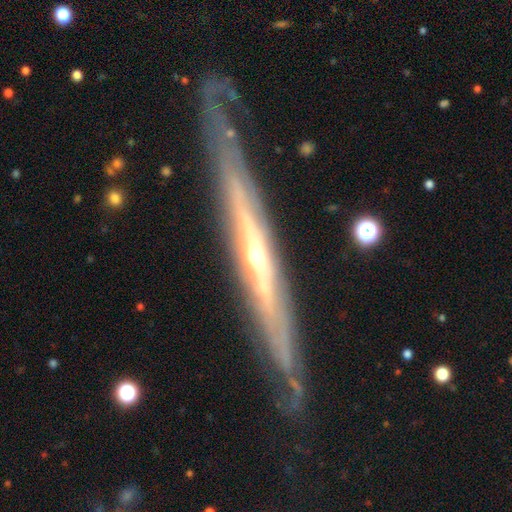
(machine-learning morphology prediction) Overall: featured or disk (86%). Edge-on disk: yes (79%). Edge-on bulge: rounded (66%; none 31%). Merging: none (75%).